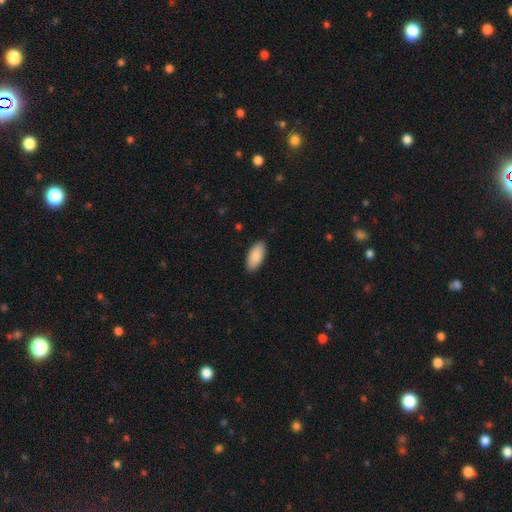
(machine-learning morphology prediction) Smooth or featured?
  - smooth: 89% *
  - star or artifact: 6%
  - featured or disk: 5%
How rounded?
  - in between: 92% *
  - cigar-shaped: 6%
  - round: 2%
Merging?
  - none: 89% *
  - minor disturbance: 8%
  - major disturbance: 2%
  - merger: 1%